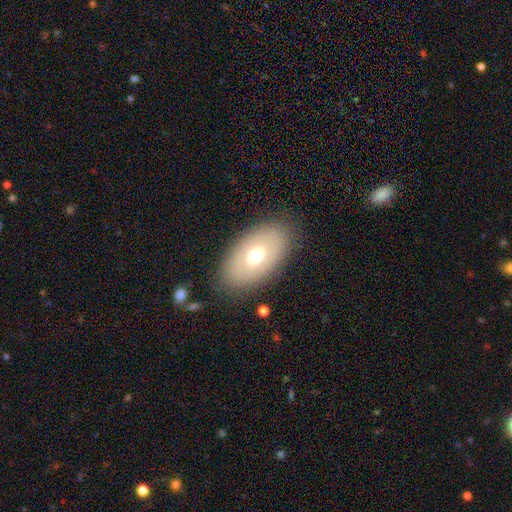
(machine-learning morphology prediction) Smooth or featured: smooth — 60% (featured or disk — 31%)
How rounded: in between — 89% (round — 9%)
Merging: none — 84% (minor disturbance — 10%)